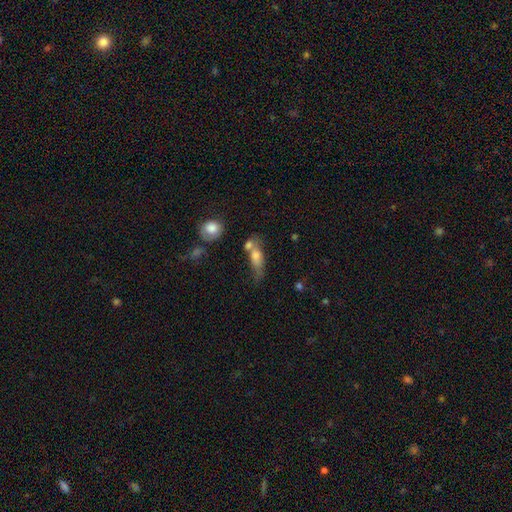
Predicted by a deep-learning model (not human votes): This is likely a smooth galaxy (67%). How rounded: likely in between (64%). Merging: marginally merger (35%).